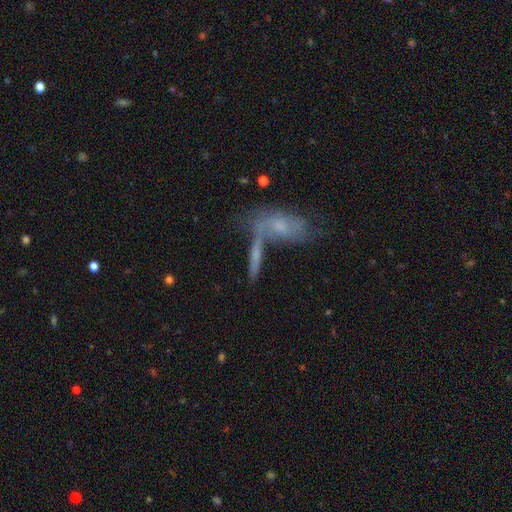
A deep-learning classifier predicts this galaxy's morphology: A smooth galaxy with no disk features (50%) that is cigar-shaped (61%). Merging: merger (42%).